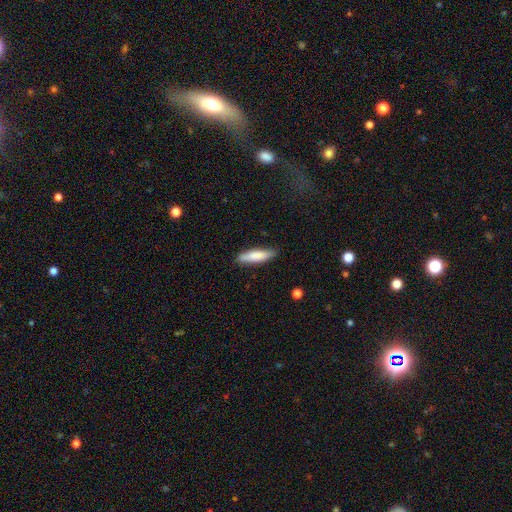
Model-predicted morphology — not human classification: Smooth or featured?
  - smooth: 81% *
  - featured or disk: 13%
  - star or artifact: 6%
How rounded?
  - cigar-shaped: 73% *
  - in between: 26%
  - round: 1%
Merging?
  - none: 84% *
  - minor disturbance: 13%
  - major disturbance: 2%
  - merger: 1%